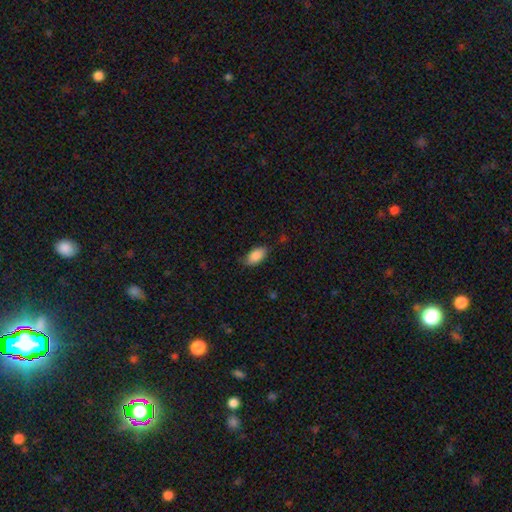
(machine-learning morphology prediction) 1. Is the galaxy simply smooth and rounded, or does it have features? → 87% smooth, 7% star or artifact, 6% featured or disk.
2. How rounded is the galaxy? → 93% in between, 3% round, 3% cigar-shaped.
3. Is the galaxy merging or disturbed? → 71% none, 23% minor disturbance, 5% major disturbance, 1% merger.